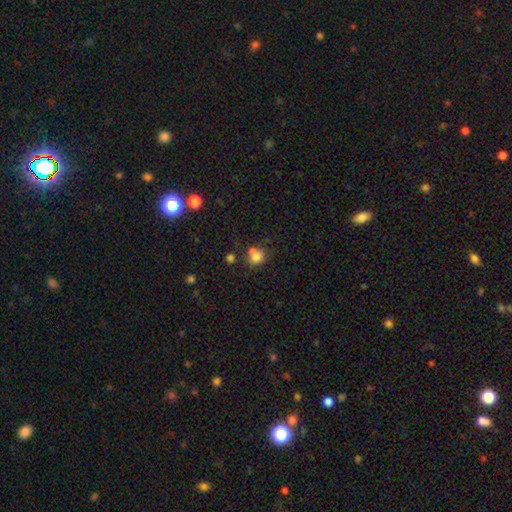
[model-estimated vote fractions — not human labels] smooth_or_featured: smooth (p=0.77) [alt: star or artifact p=0.12]
how_rounded: round (p=0.81) [alt: in between p=0.18]
merging: none (p=0.49) [alt: merger p=0.32]